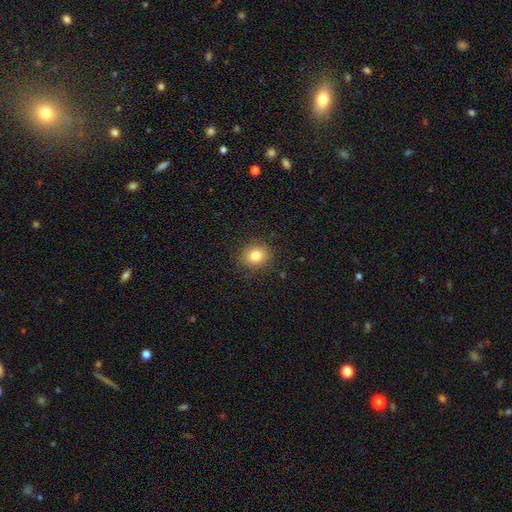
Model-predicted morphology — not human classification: Smooth or featured?
  - smooth: 81% *
  - star or artifact: 11%
  - featured or disk: 8%
How rounded?
  - round: 69% *
  - in between: 30%
  - cigar-shaped: 1%
Merging?
  - none: 88% *
  - minor disturbance: 9%
  - major disturbance: 3%
  - merger: 1%